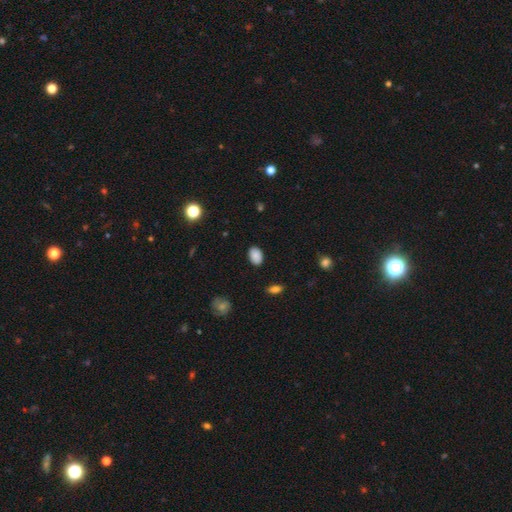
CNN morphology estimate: Overall: smooth (87%). How rounded: in between (86%). Merging: none (86%).